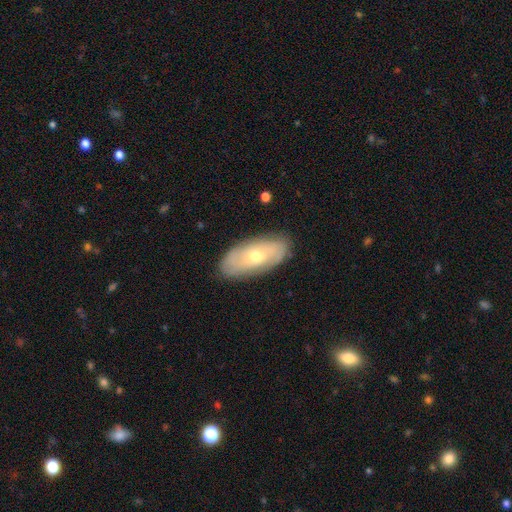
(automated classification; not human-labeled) Q: Smooth or featured?
A: featured or disk (52%); runner-up: smooth (42%)
Q: Edge-on disk?
A: no (85%); runner-up: yes (15%)
Q: Merging?
A: none (84%); runner-up: minor disturbance (12%)